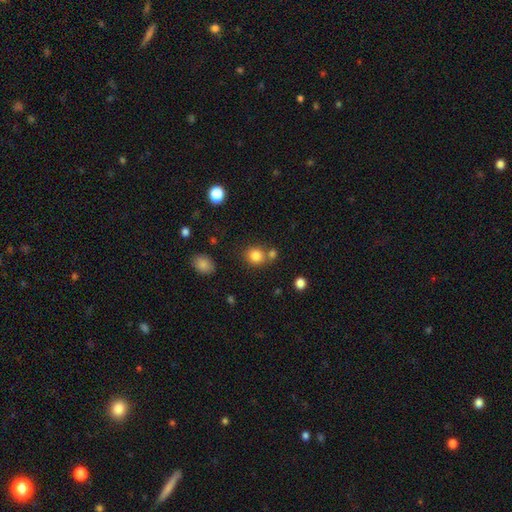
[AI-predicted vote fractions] Morphology: type=smooth (82%); roundness=round (80%); merging=none (65%).